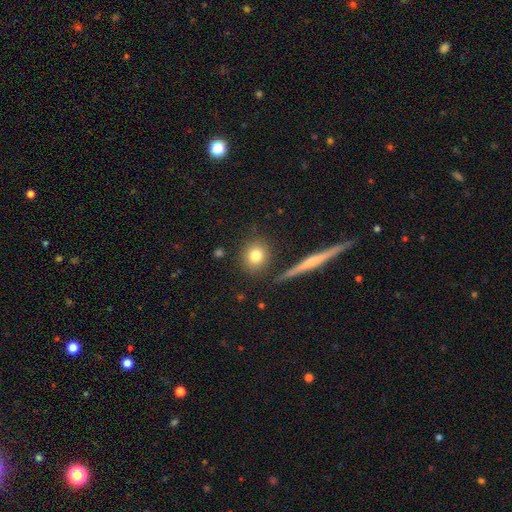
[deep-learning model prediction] Overall: smooth (79%). How rounded: round (86%). Merging: none (86%).